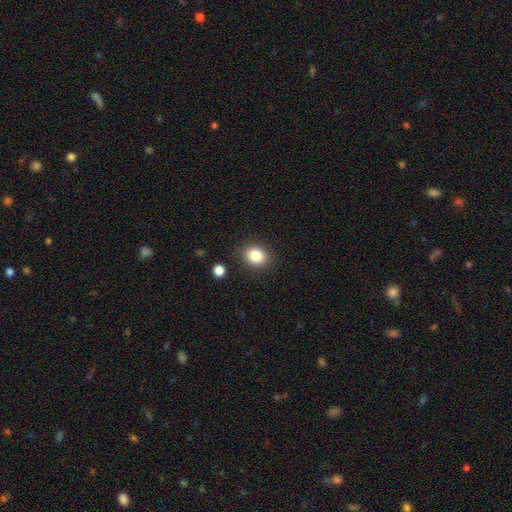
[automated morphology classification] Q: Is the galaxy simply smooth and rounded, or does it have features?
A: smooth — 84%.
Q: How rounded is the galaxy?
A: round — 57%.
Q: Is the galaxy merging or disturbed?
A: none — 87%.